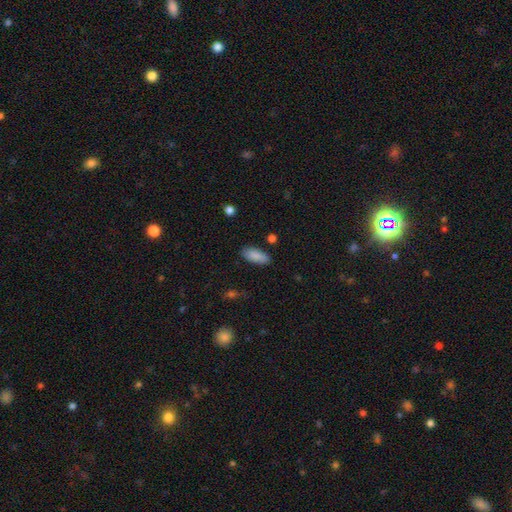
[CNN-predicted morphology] smooth_or_featured: smooth (p=0.88) [alt: star or artifact p=0.07]
how_rounded: in between (p=0.84) [alt: cigar-shaped p=0.14]
merging: none (p=0.85) [alt: minor disturbance p=0.11]